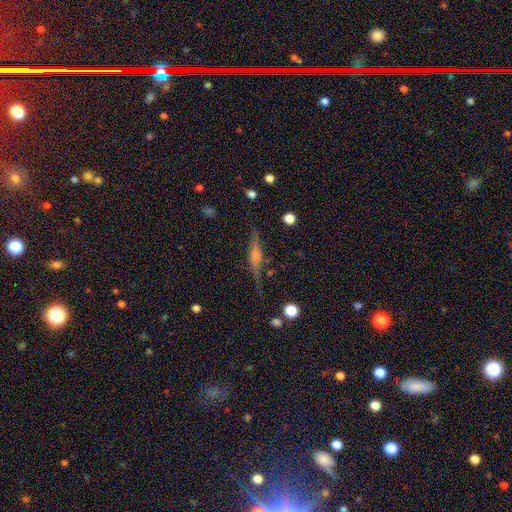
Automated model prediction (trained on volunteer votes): smooth-or-featured: featured or disk: 65% | smooth: 25% | star or artifact: 10%
  disk-edge-on: yes: 94% | no: 6%
    edge-on-bulge: rounded: 62% | boxy: 27% | none: 11%
  merging: none: 77% | minor disturbance: 15% | major disturbance: 5% | merger: 3%